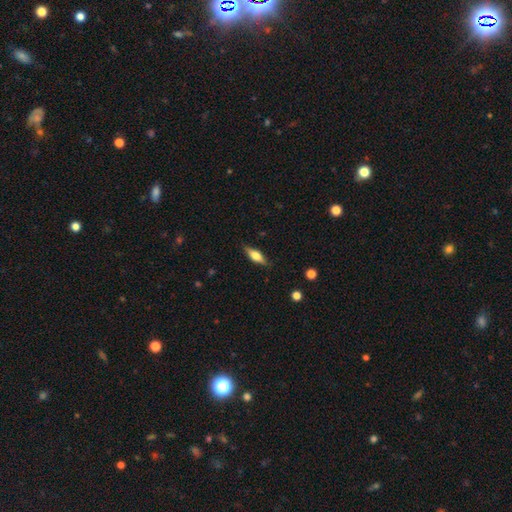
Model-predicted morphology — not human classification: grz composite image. It shows a smooth galaxy with no disk features (48%). Merging: none (84%).